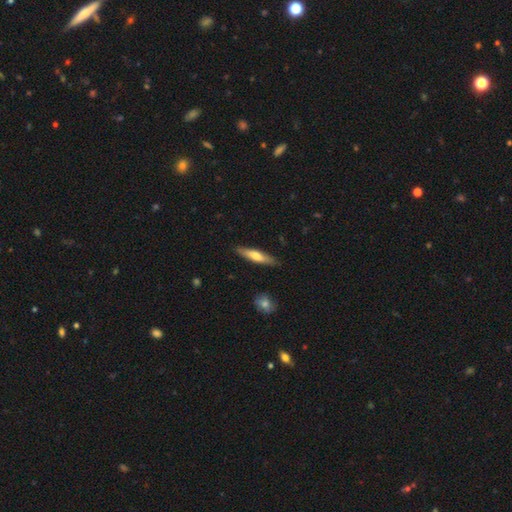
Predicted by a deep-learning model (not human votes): This is possibly a smooth galaxy (57%). How rounded: clearly cigar-shaped (83%). Merging: clearly none (87%).